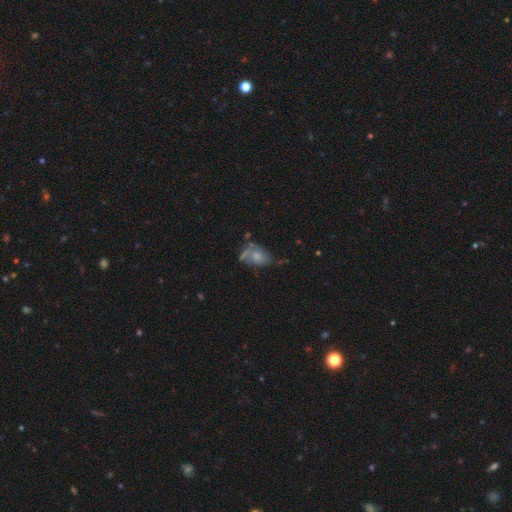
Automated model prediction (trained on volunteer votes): This appears to be a featured or disk galaxy (46%). Merging: none (37%).